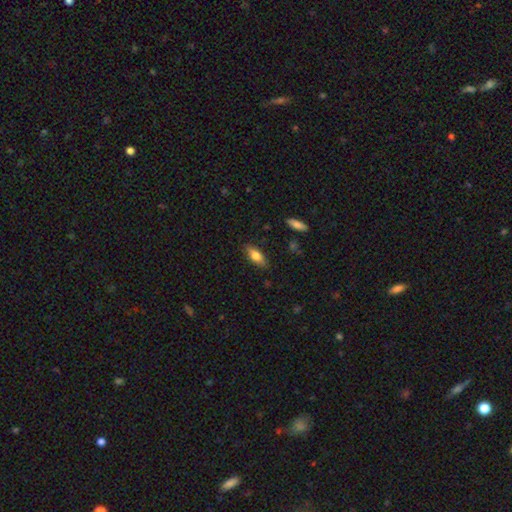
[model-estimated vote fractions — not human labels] Smooth or featured? Predicted: smooth (p=0.71). How rounded? Predicted: in between (p=0.74). Merging? Predicted: none (p=0.85).